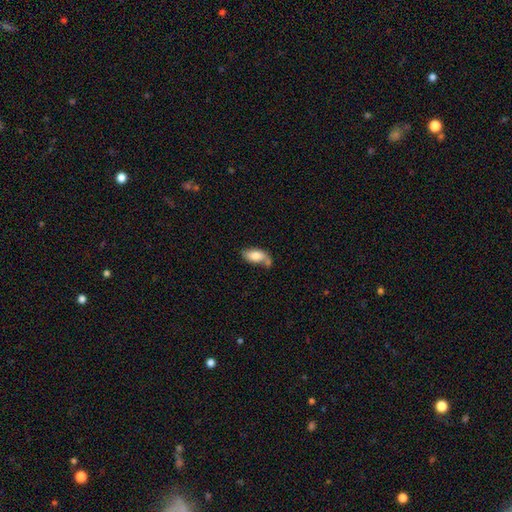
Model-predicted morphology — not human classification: The model was most divided on "merging": none: 42%, minor disturbance: 25%, merger: 19%, major disturbance: 14%. More confident: how rounded — in between (89%); smooth or featured — smooth (70%).